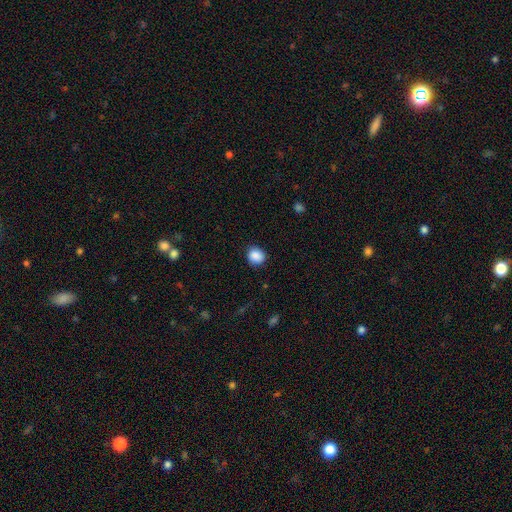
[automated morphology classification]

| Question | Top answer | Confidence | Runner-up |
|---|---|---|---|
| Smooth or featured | smooth | 88% | star or artifact (8%) |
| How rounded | round | 77% | in between (22%) |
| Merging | none | 84% | minor disturbance (12%) |